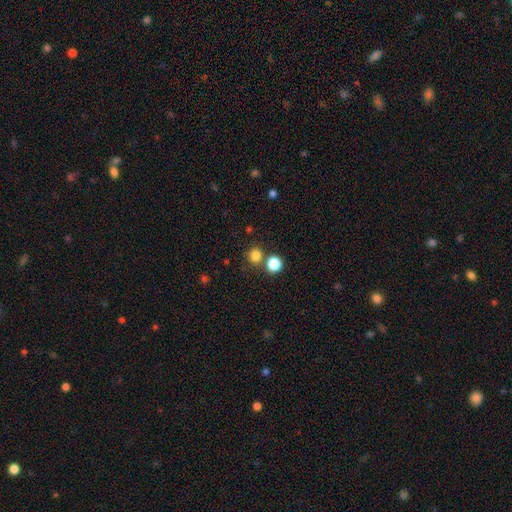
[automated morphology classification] The model was most divided on "merging": none: 74%, merger: 17%, minor disturbance: 6%, major disturbance: 3%. More confident: how rounded — round (92%); smooth or featured — smooth (81%).